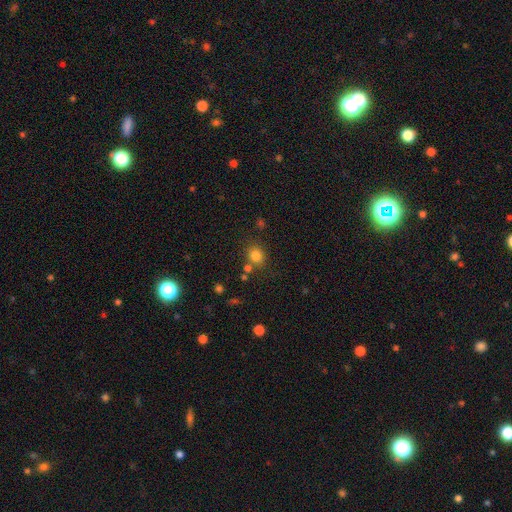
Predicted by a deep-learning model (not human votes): Smooth or featured? smooth (81%)
How rounded? round (76%)
Merging? none (73%)